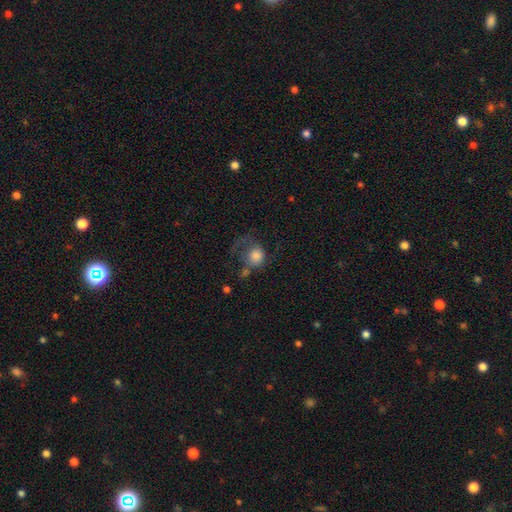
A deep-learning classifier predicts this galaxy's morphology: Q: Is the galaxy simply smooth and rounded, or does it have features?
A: smooth — 71%.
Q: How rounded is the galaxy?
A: round — 77%.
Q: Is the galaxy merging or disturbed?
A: major disturbance — 42%.